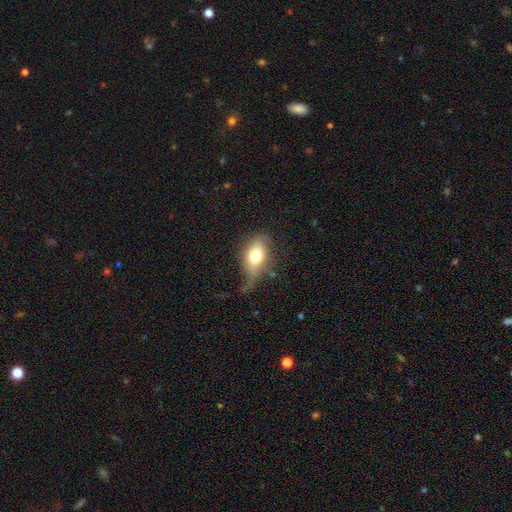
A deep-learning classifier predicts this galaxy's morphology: smooth_or_featured: smooth (p=0.69) [alt: featured or disk p=0.23]
how_rounded: in between (p=0.84) [alt: round p=0.11]
merging: none (p=0.37) [alt: minor disturbance p=0.33]